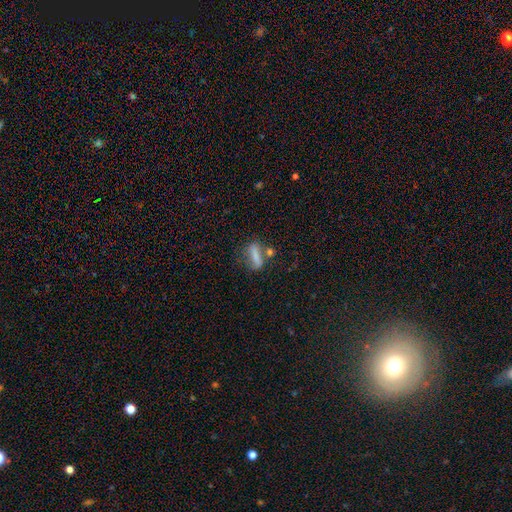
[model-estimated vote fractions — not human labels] Smooth or featured? smooth (67%)
How rounded? cigar-shaped (53%)
Merging? none (48%)